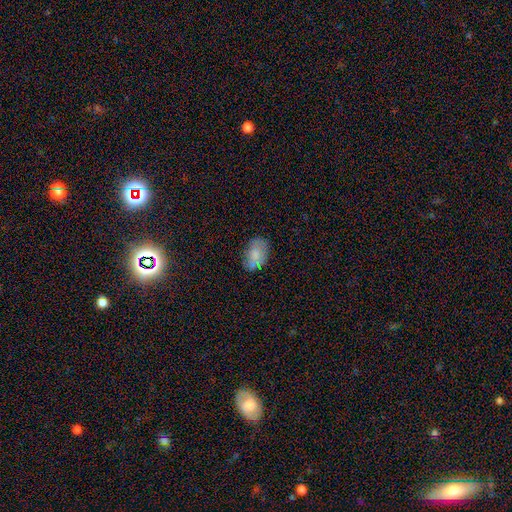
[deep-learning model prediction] Q: Smooth or featured?
A: smooth (78%); runner-up: featured or disk (13%)
Q: How rounded?
A: in between (90%); runner-up: round (9%)
Q: Merging?
A: none (70%); runner-up: minor disturbance (22%)